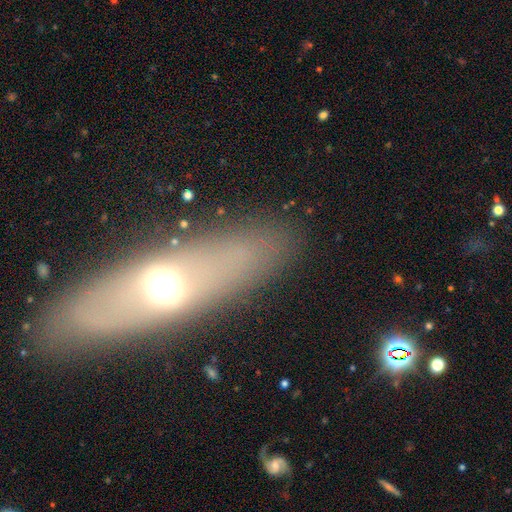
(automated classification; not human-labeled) smooth_or_featured: smooth (p=0.47) [alt: featured or disk p=0.35]
merging: none (p=0.81) [alt: minor disturbance p=0.10]